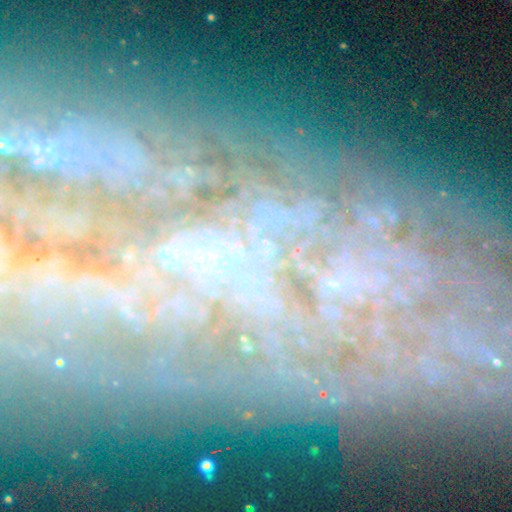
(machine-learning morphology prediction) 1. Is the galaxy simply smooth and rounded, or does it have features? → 52% featured or disk, 35% star or artifact, 13% smooth.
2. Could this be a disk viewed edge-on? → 92% no, 8% yes.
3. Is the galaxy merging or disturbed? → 59% none, 17% minor disturbance, 14% major disturbance, 10% merger.